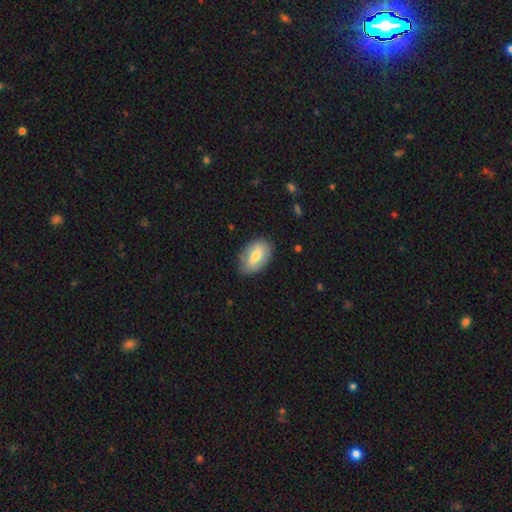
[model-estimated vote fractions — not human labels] Smooth or featured?
  - smooth: 68% *
  - featured or disk: 26%
  - star or artifact: 6%
How rounded?
  - in between: 91% *
  - round: 7%
  - cigar-shaped: 2%
Merging?
  - none: 78% *
  - minor disturbance: 17%
  - major disturbance: 4%
  - merger: 1%